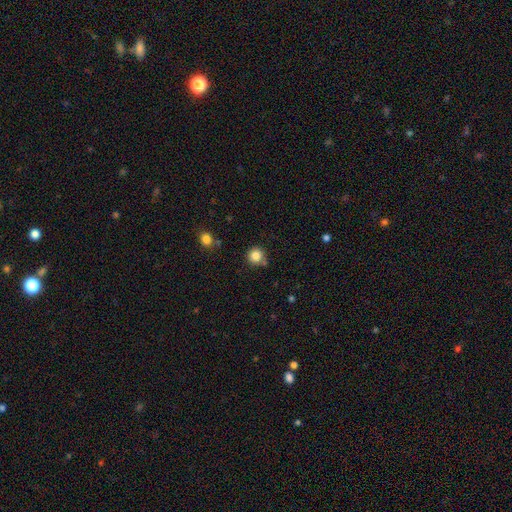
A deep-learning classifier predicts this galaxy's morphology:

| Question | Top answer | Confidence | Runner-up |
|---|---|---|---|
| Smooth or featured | smooth | 84% | star or artifact (11%) |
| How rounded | round | 94% | in between (5%) |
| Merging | none | 79% | minor disturbance (10%) |